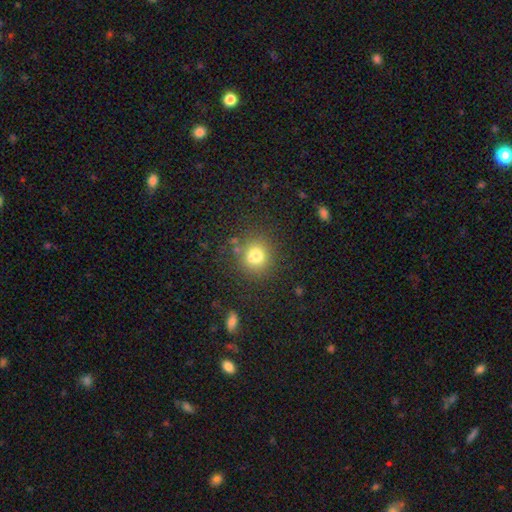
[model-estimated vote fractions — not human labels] Morphology: type=smooth (76%); roundness=round (81%); merging=none (74%).